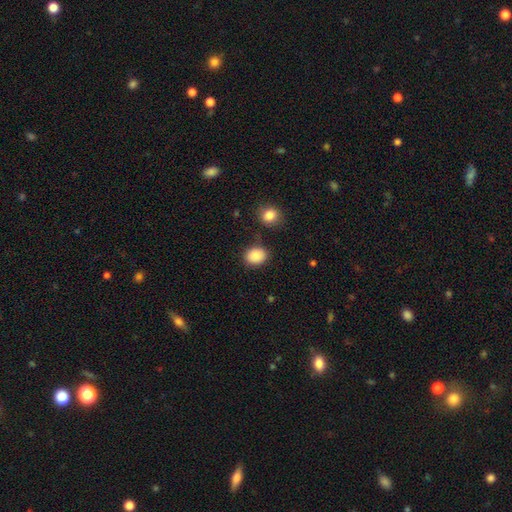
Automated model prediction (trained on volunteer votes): This appears to be a smooth galaxy with no disk features (87%) that is in between round and cigar-shaped (51%). Merging: none (80%).